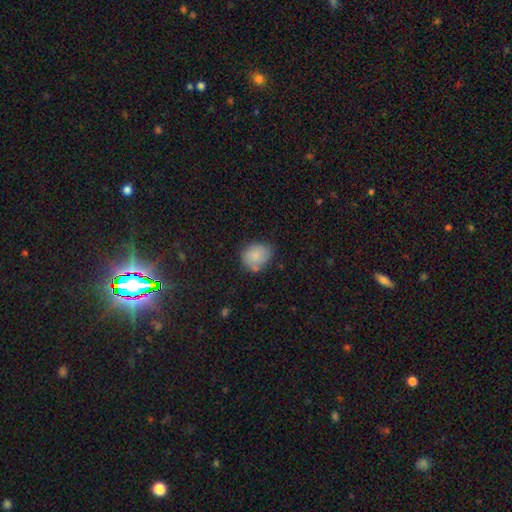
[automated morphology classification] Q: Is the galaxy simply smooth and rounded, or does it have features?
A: smooth — 80%.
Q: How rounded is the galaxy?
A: round — 52%.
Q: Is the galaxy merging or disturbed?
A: none — 63%.